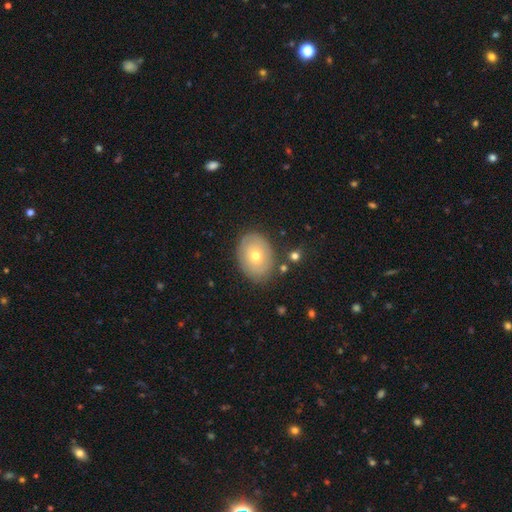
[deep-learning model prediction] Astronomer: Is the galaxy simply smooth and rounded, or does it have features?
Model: smooth — 55% (runner-up: featured or disk, 37%).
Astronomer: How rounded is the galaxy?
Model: in between — 67%.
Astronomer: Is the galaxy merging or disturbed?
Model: none — 81%.